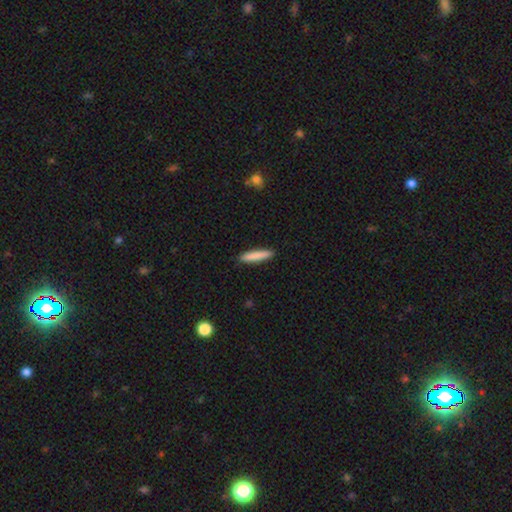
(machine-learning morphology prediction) A smooth galaxy with no disk features (84%) that is cigar-shaped (90%).

Vote fractions:
- Smooth or featured? smooth: 84% / featured or disk: 10% / star or artifact: 6%
- How rounded? cigar-shaped: 90% / in between: 9% / round: 1%
- Merging? none: 90% / minor disturbance: 7% / major disturbance: 2% / merger: 1%